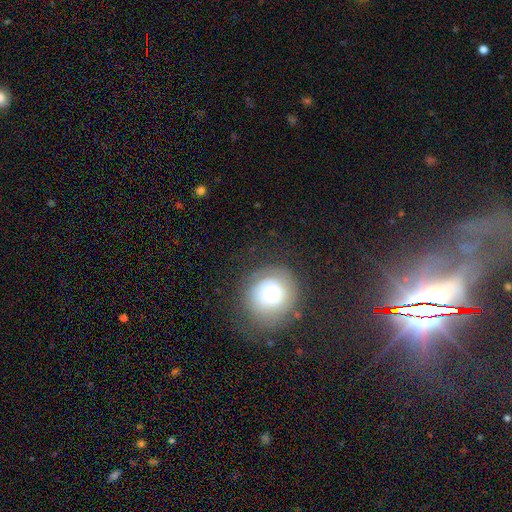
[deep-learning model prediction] A smooth galaxy with no disk features (43%).

Vote fractions:
- Smooth or featured? smooth: 43% / star or artifact: 36% / featured or disk: 21%
- Merging? none: 85% / minor disturbance: 9% / major disturbance: 4% / merger: 2%